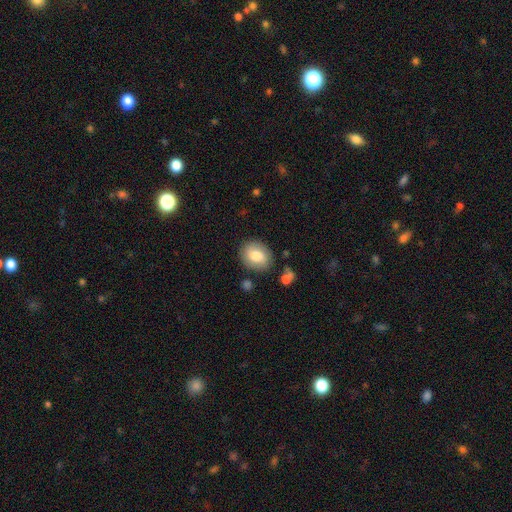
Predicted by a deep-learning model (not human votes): Smooth or featured: smooth — 77% (featured or disk — 15%)
How rounded: round — 55% (in between — 44%)
Merging: none — 82% (minor disturbance — 12%)